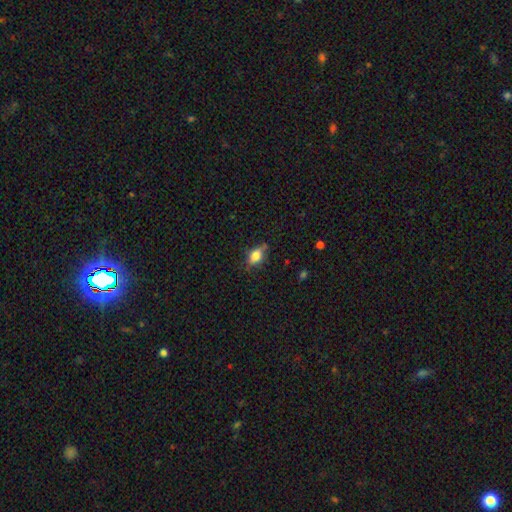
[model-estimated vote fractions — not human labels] The model was most divided on "merging": none: 66%, minor disturbance: 25%, major disturbance: 6%, merger: 4%. More confident: how rounded — in between (79%); smooth or featured — smooth (78%).